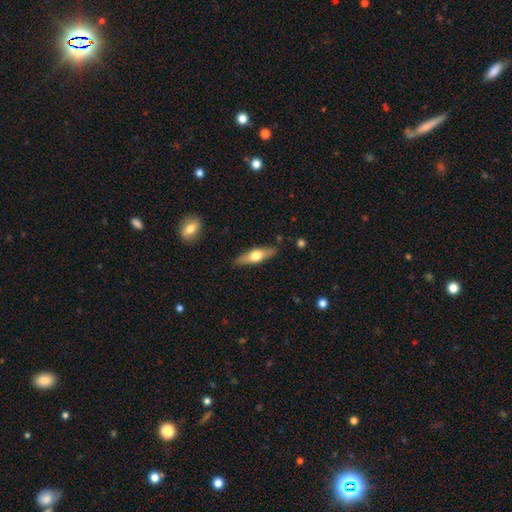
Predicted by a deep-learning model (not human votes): Smooth or featured? Predicted: featured or disk (p=0.51). Edge-on disk? Predicted: yes (p=0.90). Merging? Predicted: none (p=0.87).